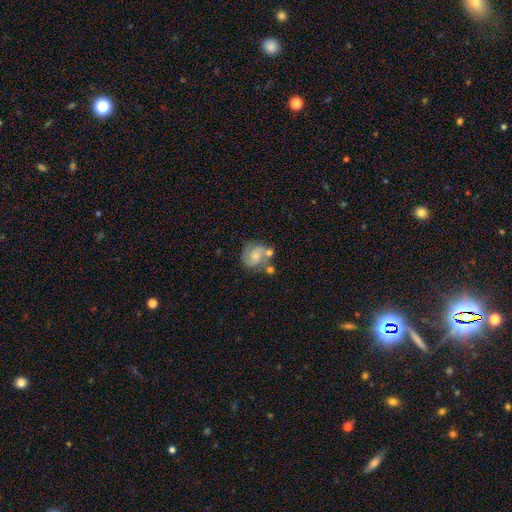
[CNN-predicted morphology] Smooth or featured?
  - featured or disk: 60% *
  - smooth: 32%
  - star or artifact: 8%
Edge-on disk?
  - no: 98% *
  - yes: 2%
Bar?
  - no: 66% *
  - weak: 29%
  - strong: 5%
Spiral arms?
  - yes: 87% *
  - no: 13%
Spiral winding?
  - medium: 48% *
  - tight: 34%
  - loose: 18%
Spiral arm count?
  - 2: 75% *
  - can't tell: 12%
  - 3: 7%
  - 1: 3%
  - 4: 2%
  - more than 4: 1%
Bulge size?
  - small: 52% *
  - moderate: 39%
  - none: 6%
  - large: 2%
  - dominant: 1%
Merging?
  - none: 53% *
  - merger: 20%
  - minor disturbance: 19%
  - major disturbance: 8%